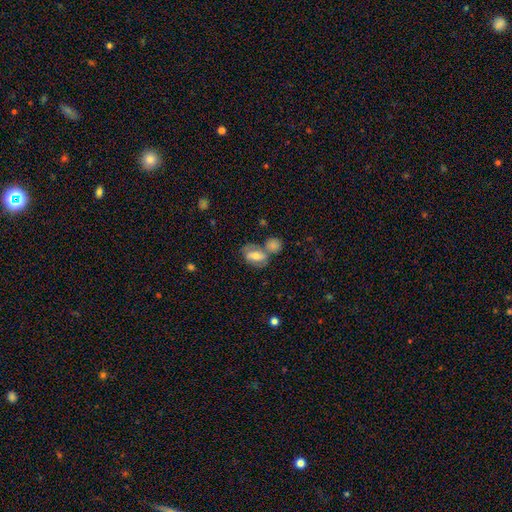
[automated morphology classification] This appears to be a smooth galaxy with no disk features (53%) that is in between round and cigar-shaped (80%). Merging: none (42%).